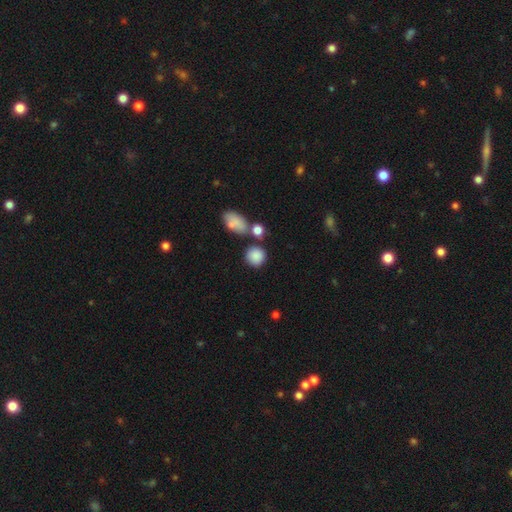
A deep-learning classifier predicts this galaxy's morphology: Smooth or featured?
  - smooth: 86% *
  - star or artifact: 9%
  - featured or disk: 5%
How rounded?
  - round: 86% *
  - in between: 12%
  - cigar-shaped: 1%
Merging?
  - none: 71% *
  - merger: 13%
  - minor disturbance: 11%
  - major disturbance: 4%